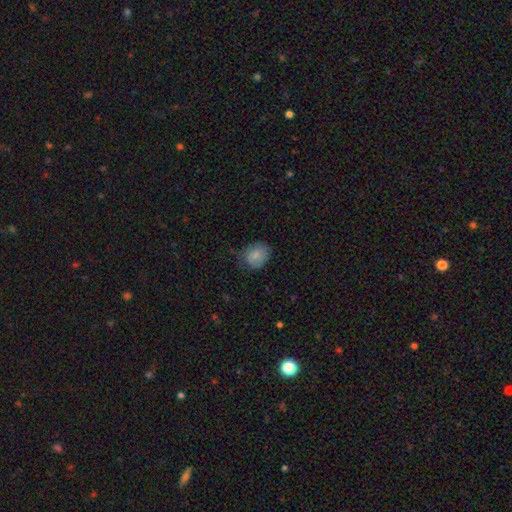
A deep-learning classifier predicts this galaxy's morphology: Smooth or featured: smooth — 83% (featured or disk — 9%)
How rounded: in between — 55% (round — 44%)
Merging: none — 62% (minor disturbance — 29%)